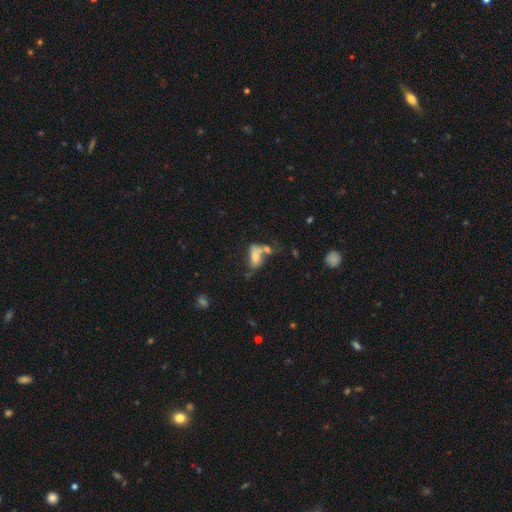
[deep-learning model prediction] Smooth or featured?
  - smooth: 60% *
  - featured or disk: 29%
  - star or artifact: 10%
How rounded?
  - in between: 86% *
  - round: 8%
  - cigar-shaped: 5%
Merging?
  - merger: 47% *
  - none: 24%
  - minor disturbance: 15%
  - major disturbance: 14%